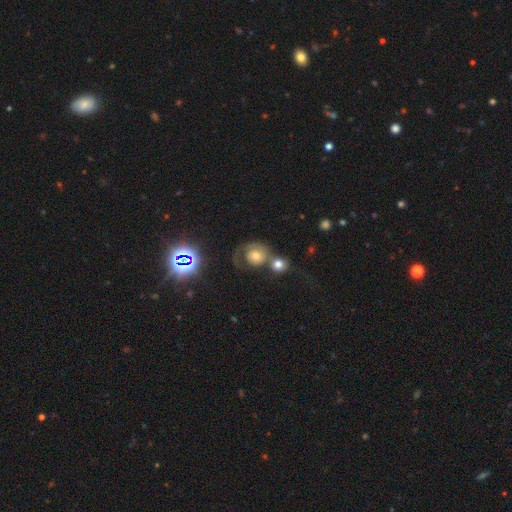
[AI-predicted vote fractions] Smooth or featured?
  - smooth: 54% *
  - featured or disk: 31%
  - star or artifact: 15%
How rounded?
  - round: 80% *
  - in between: 19%
  - cigar-shaped: 1%
Merging?
  - merger: 44% *
  - none: 29%
  - major disturbance: 15%
  - minor disturbance: 12%